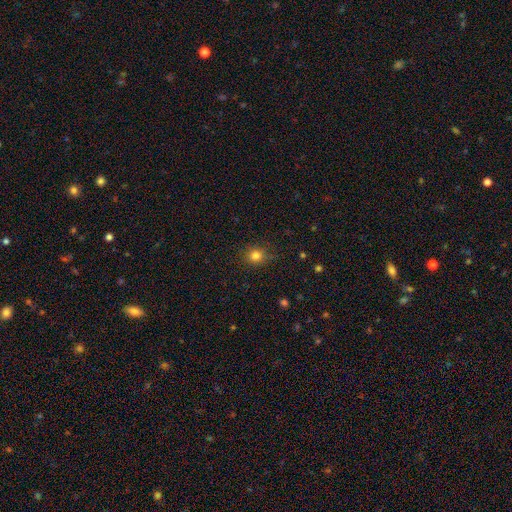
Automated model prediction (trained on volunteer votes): This appears to be a smooth galaxy with no disk features (81%) that is round (84%). Merging: none (83%).